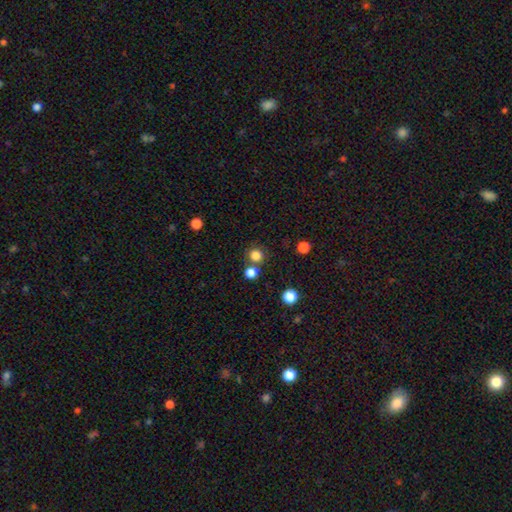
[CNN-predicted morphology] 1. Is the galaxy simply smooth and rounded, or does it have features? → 81% smooth, 14% star or artifact, 5% featured or disk.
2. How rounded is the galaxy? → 88% round, 11% in between, 1% cigar-shaped.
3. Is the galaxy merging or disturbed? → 70% none, 18% merger, 8% minor disturbance, 3% major disturbance.